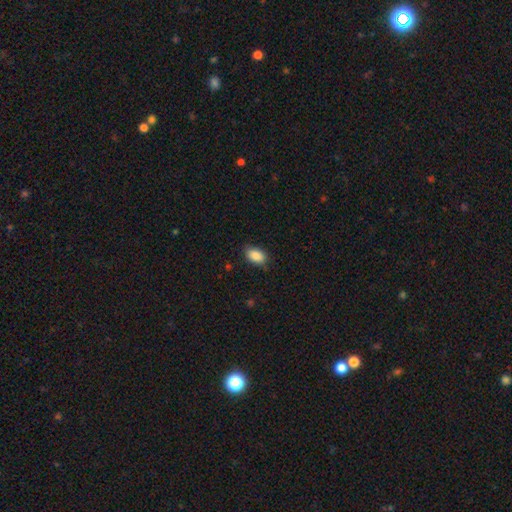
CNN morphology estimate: A smooth galaxy with no disk features (88%) that is in between round and cigar-shaped (90%). Merging: none (83%).